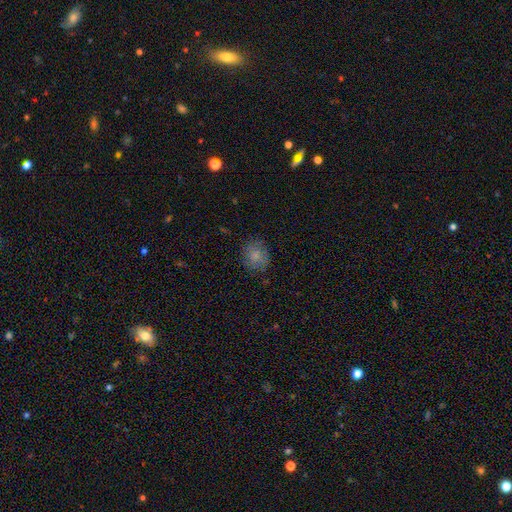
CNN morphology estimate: smooth-or-featured: smooth: 80% | featured or disk: 11% | star or artifact: 9%
  how-rounded: round: 70% | in between: 29% | cigar-shaped: 1%
  merging: none: 79% | minor disturbance: 16% | major disturbance: 4% | merger: 1%